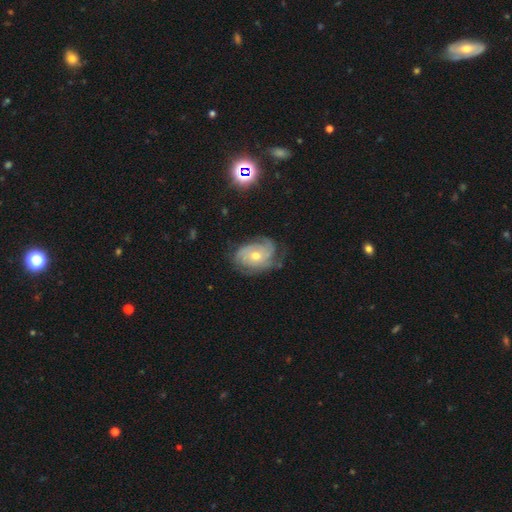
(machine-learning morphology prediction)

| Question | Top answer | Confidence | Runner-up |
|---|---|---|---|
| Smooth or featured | featured or disk | 77% | smooth (15%) |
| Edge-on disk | no | 96% | yes (4%) |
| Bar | no | 81% | weak (16%) |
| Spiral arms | yes | 90% | no (10%) |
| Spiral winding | tight | 58% | medium (31%) |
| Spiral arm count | can't tell | 34% | 3 (28%) |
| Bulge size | moderate | 58% | small (38%) |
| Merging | none | 59% | minor disturbance (27%) |